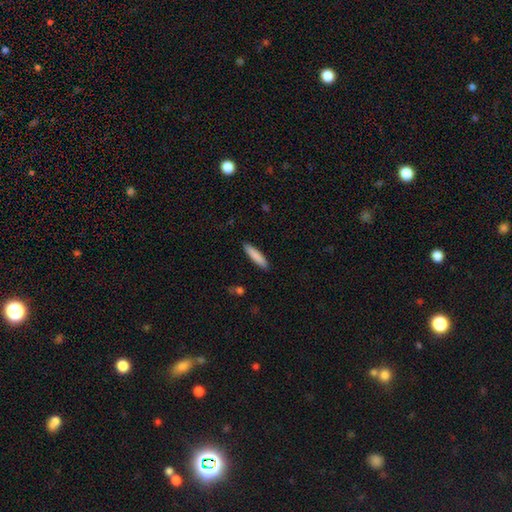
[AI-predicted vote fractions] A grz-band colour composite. It shows a smooth galaxy with no disk features (85%) that is cigar-shaped (84%). Merging: none (90%).